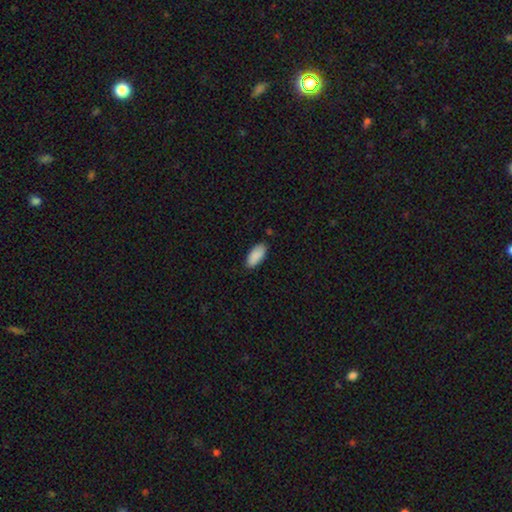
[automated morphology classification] Smooth or featured? smooth (90%)
How rounded? in between (89%)
Merging? none (86%)